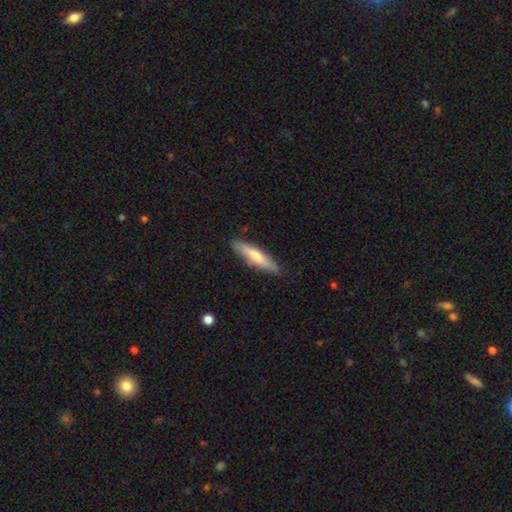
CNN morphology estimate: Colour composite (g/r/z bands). It shows a smooth galaxy with no disk features (64%) that is cigar-shaped (82%). Merging: none (86%).